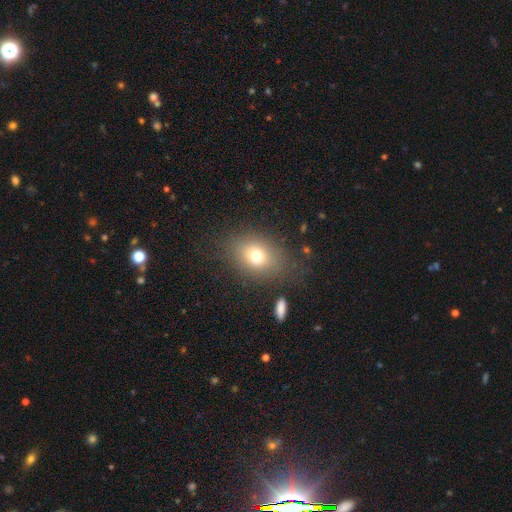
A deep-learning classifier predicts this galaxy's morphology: Overall: smooth (74%). How rounded: in between (64%; round 35%). Merging: none (77%).